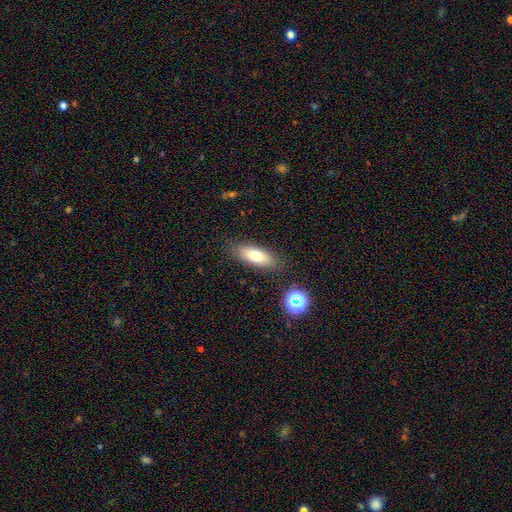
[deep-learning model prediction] Smooth or featured: smooth — 73% (featured or disk — 18%)
How rounded: in between — 70% (cigar-shaped — 26%)
Merging: none — 84% (minor disturbance — 11%)